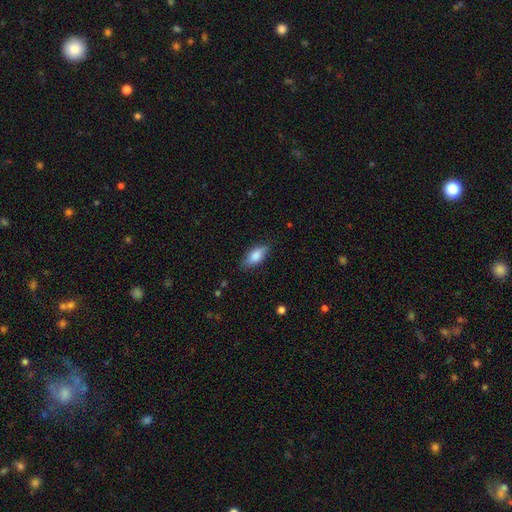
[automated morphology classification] This is likely a smooth galaxy (80%). How rounded: clearly in between (84%). Merging: likely none (77%).